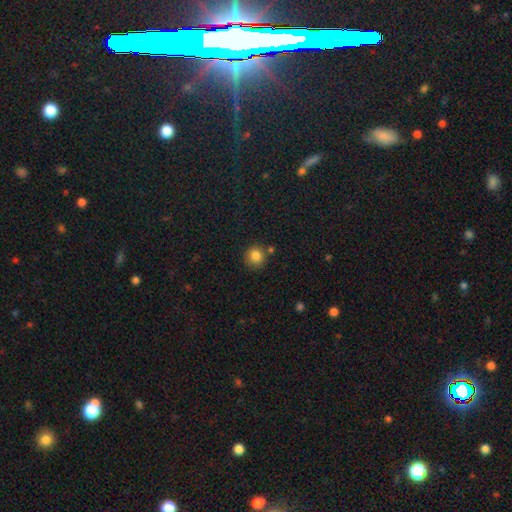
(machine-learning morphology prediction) Smooth or featured: smooth — 84% (star or artifact — 11%)
How rounded: round — 90% (in between — 9%)
Merging: none — 80% (minor disturbance — 10%)